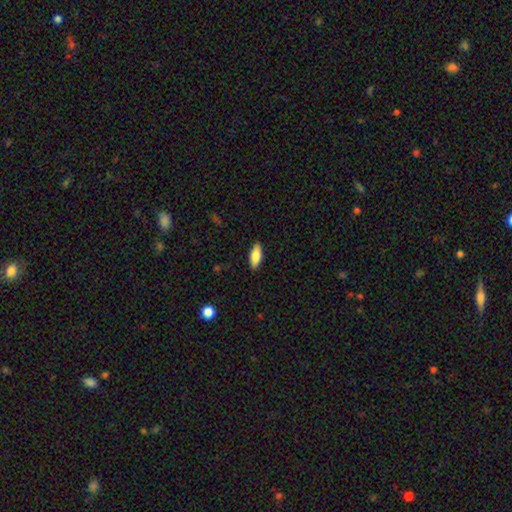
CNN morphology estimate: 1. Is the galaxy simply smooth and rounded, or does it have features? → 81% smooth, 13% featured or disk, 6% star or artifact.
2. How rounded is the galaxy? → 77% in between, 21% cigar-shaped, 2% round.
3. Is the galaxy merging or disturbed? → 89% none, 8% minor disturbance, 2% major disturbance, 1% merger.